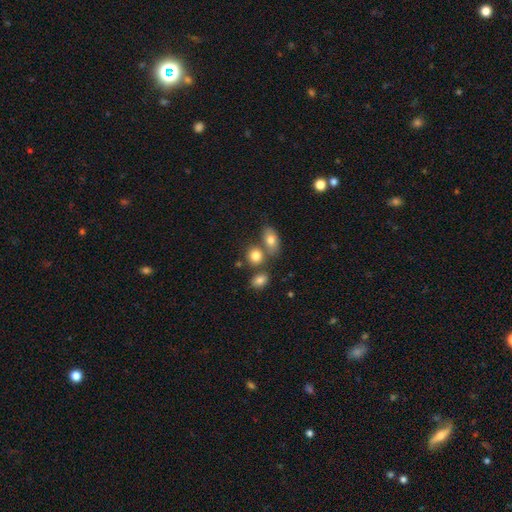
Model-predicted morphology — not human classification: Overall: smooth (80%). How rounded: round (54%; in between 44%). Merging: none (54%; merger 32%).